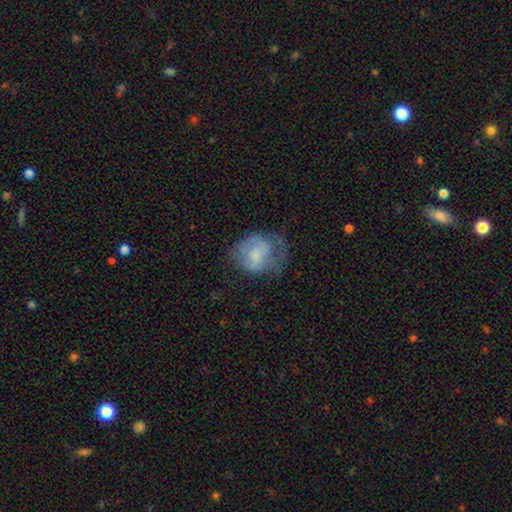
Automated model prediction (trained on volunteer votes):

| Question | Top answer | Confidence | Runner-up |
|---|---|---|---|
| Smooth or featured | smooth | 50% | featured or disk (42%) |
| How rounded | round | 55% | in between (44%) |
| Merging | none | 37% | major disturbance (32%) |